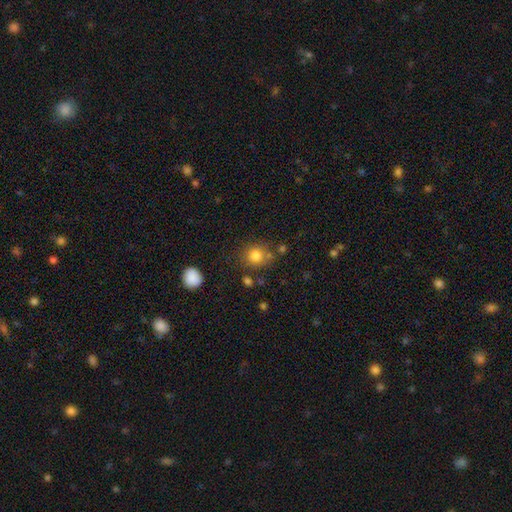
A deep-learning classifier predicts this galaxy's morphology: Overall: smooth (81%). How rounded: round (84%). Merging: none (74%).